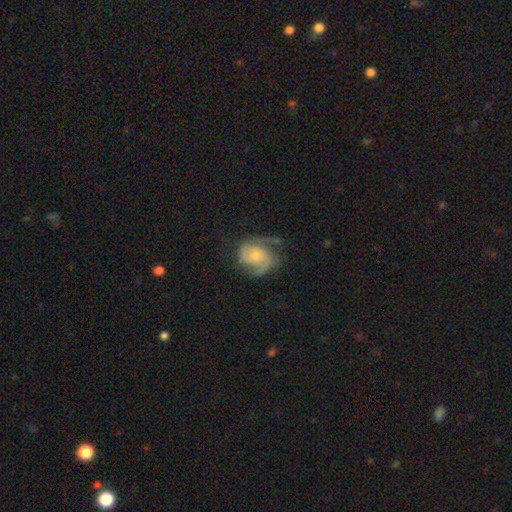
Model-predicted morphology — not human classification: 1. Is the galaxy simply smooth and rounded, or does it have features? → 83% featured or disk, 11% smooth, 6% star or artifact.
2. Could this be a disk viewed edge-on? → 98% no, 2% yes.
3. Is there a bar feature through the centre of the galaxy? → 70% no, 25% weak, 5% strong.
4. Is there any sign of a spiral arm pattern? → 97% yes, 3% no.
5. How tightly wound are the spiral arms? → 49% medium, 35% tight, 16% loose.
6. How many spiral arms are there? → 79% 2, 8% 3, 6% can't tell, 3% 1, 2% 4, 2% more than 4.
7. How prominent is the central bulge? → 52% small, 29% moderate, 11% none, 6% large, 2% dominant.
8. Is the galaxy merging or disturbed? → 66% none, 20% minor disturbance, 12% major disturbance, 2% merger.